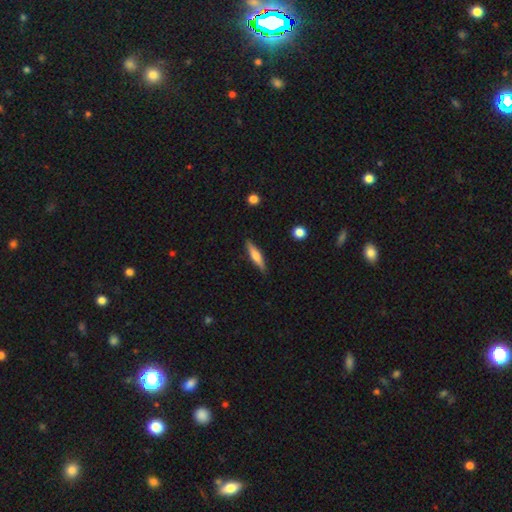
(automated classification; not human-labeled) Smooth or featured? smooth (52%)
How rounded? cigar-shaped (82%)
Merging? none (88%)